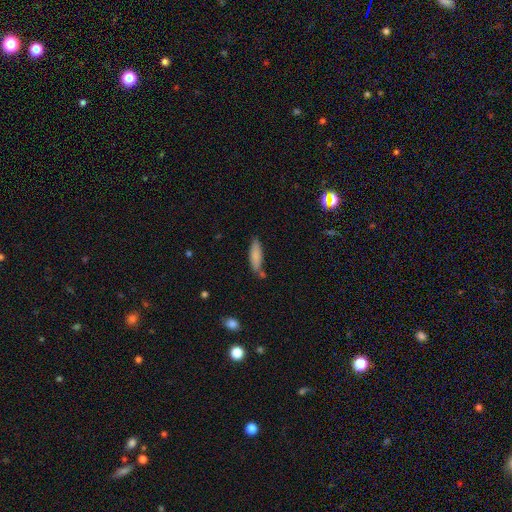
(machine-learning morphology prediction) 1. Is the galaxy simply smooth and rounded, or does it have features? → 83% smooth, 10% featured or disk, 7% star or artifact.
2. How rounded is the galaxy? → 54% cigar-shaped, 44% in between, 2% round.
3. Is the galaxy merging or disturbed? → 67% none, 19% minor disturbance, 10% merger, 4% major disturbance.